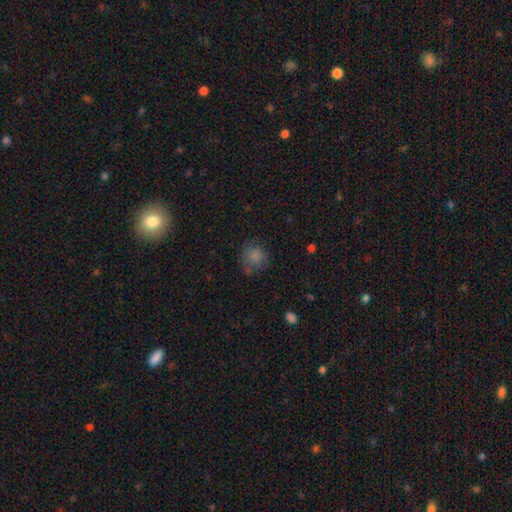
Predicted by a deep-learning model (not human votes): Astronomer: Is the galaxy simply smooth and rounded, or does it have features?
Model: smooth — 76%.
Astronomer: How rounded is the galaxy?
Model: round — 82%.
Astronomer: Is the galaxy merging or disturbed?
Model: none — 64%.